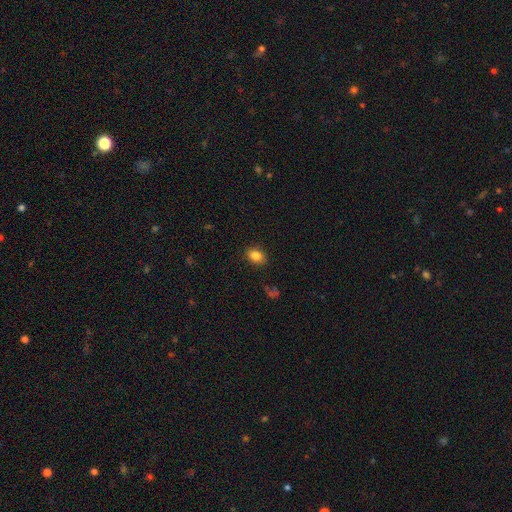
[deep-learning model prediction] Smooth or featured?
  - smooth: 84% *
  - star or artifact: 10%
  - featured or disk: 6%
How rounded?
  - in between: 63% *
  - round: 36%
  - cigar-shaped: 1%
Merging?
  - none: 86% *
  - minor disturbance: 10%
  - major disturbance: 3%
  - merger: 1%